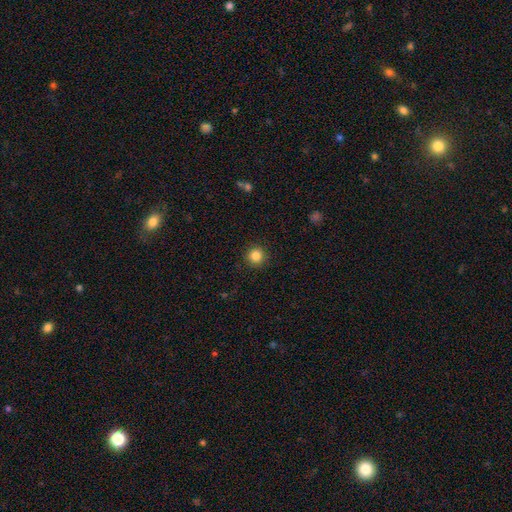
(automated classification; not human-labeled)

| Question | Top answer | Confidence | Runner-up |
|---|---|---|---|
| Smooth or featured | smooth | 85% | star or artifact (11%) |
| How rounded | round | 94% | in between (5%) |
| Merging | none | 92% | minor disturbance (5%) |